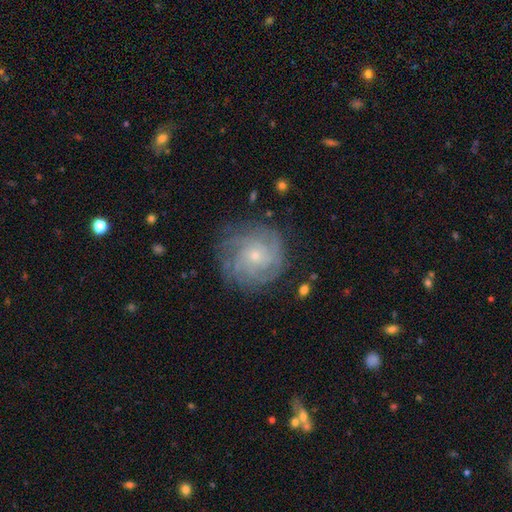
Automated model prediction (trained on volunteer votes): A featured or disk galaxy (76%) with no bar (76%), tight (66%) spiral arms (94%) and a small central bulge (68%).

Vote fractions:
- Smooth or featured? featured or disk: 76% / smooth: 15% / star or artifact: 9%
- Edge-on disk? no: 98% / yes: 2%
- Bar? no: 76% / weak: 21% / strong: 3%
- Spiral arms? yes: 94% / no: 6%
- Spiral winding? tight: 66% / medium: 26% / loose: 8%
- Spiral arm count? can't tell: 36% / 4: 22% / more than 4: 13% / 3: 13% / 2: 9% / 1: 7%
- Bulge size? small: 68% / moderate: 28% / none: 2% / large: 1% / dominant: 1%
- Merging? none: 80% / minor disturbance: 13% / major disturbance: 5% / merger: 1%